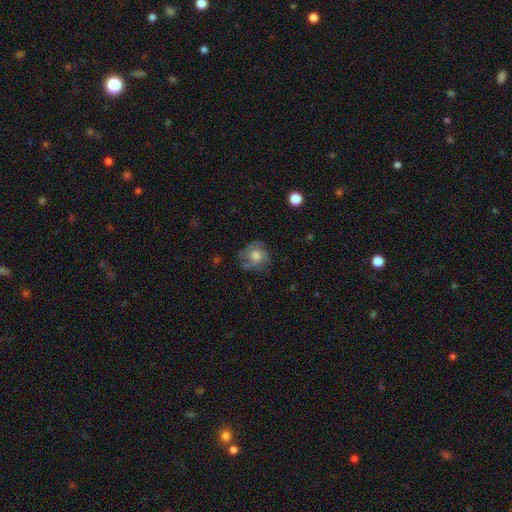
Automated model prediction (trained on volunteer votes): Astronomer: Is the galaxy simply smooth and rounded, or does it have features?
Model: smooth — 47% (runner-up: featured or disk, 42%).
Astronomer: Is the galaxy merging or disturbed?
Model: none — 61%.